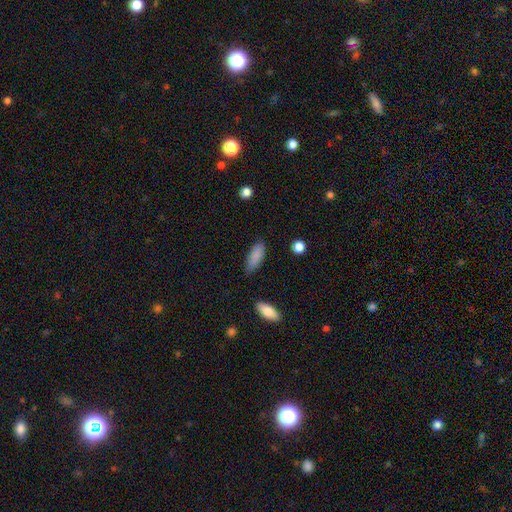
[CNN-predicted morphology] A smooth galaxy with no disk features (87%) that is in between round and cigar-shaped (69%).

Vote fractions:
- Smooth or featured? smooth: 87% / star or artifact: 7% / featured or disk: 6%
- How rounded? in between: 69% / cigar-shaped: 29% / round: 2%
- Merging? none: 78% / minor disturbance: 17% / major disturbance: 3% / merger: 2%